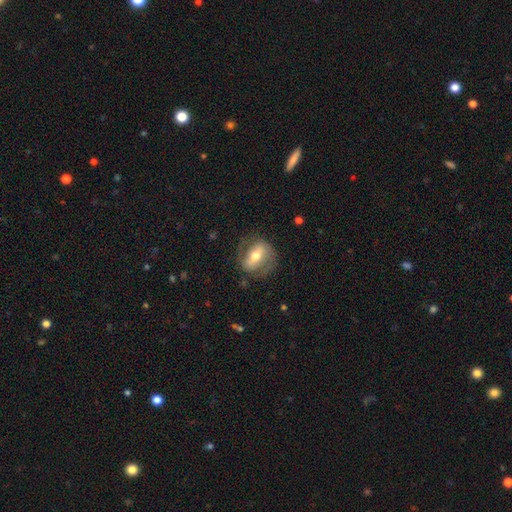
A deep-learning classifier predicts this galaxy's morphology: The model was most divided on "bar": strong: 45%, weak: 33%, no: 22%. More confident: edge-on disk — no (93%); spiral arms — yes (71%); bulge size — moderate (70%); merging — none (70%); smooth or featured — featured or disk (62%).